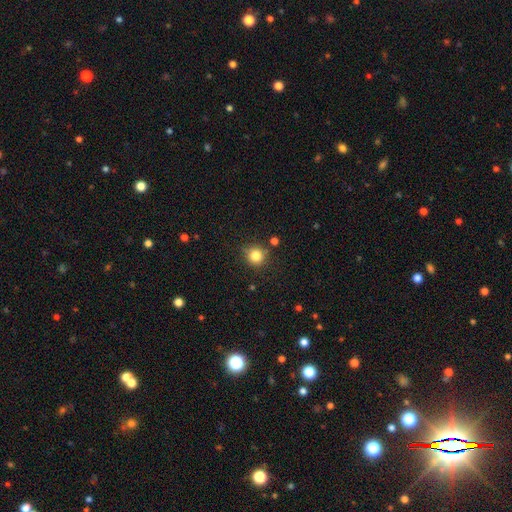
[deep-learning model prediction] This is clearly a smooth galaxy (81%). How rounded: clearly round (91%). Merging: clearly none (80%).